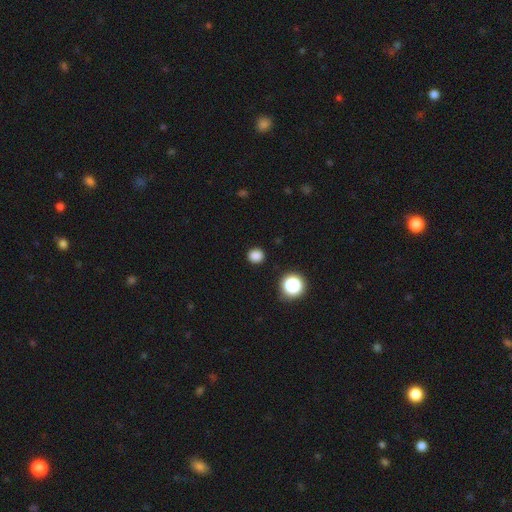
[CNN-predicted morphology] A smooth galaxy with no disk features (83%) that is round (86%). Merging: none (91%).